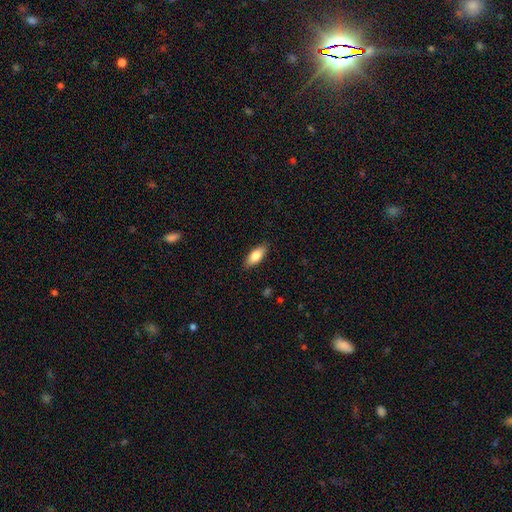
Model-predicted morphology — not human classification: This is clearly a smooth galaxy (80%). How rounded: likely in between (79%). Merging: clearly none (88%).